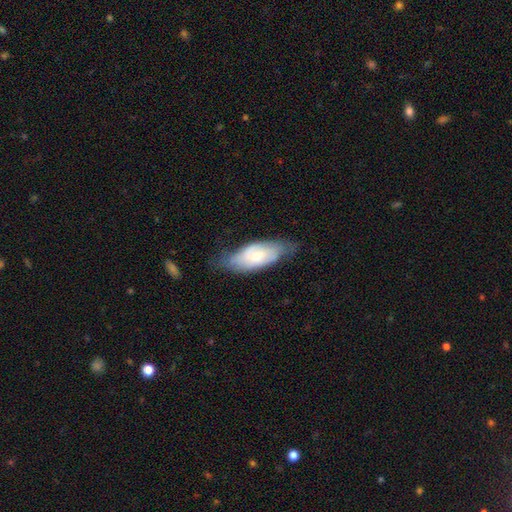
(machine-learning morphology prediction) This is possibly a smooth galaxy (54%). How rounded: clearly in between (84%). Merging: possibly none (56%).